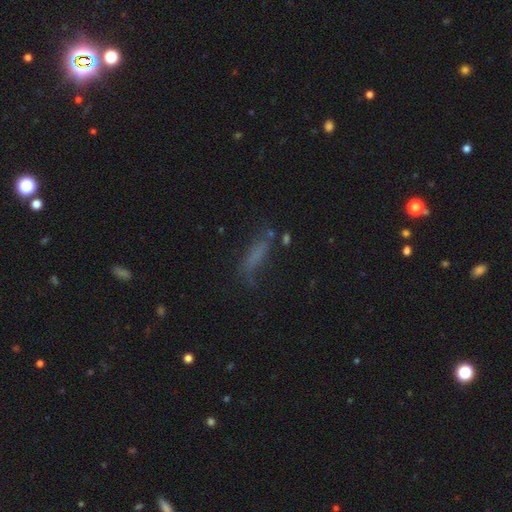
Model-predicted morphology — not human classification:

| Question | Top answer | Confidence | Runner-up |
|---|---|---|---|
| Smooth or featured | smooth | 61% | featured or disk (20%) |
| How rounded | cigar-shaped | 64% | in between (33%) |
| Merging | none | 56% | minor disturbance (23%) |